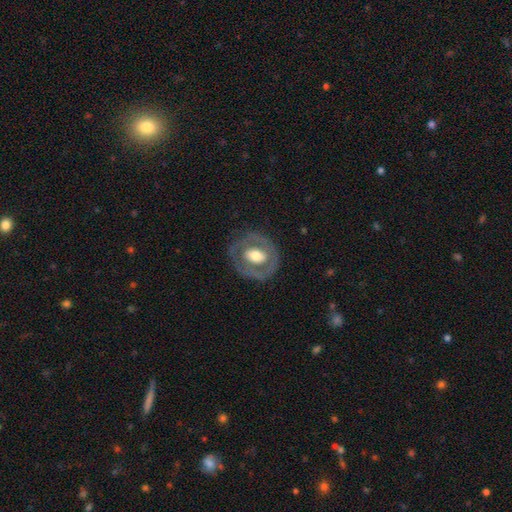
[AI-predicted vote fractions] Morphology: type=featured or disk (59%); edge-on=no (95%); bar=no (59%); spiral arms=no (75%); bulge=moderate (55%); merging=none (75%).